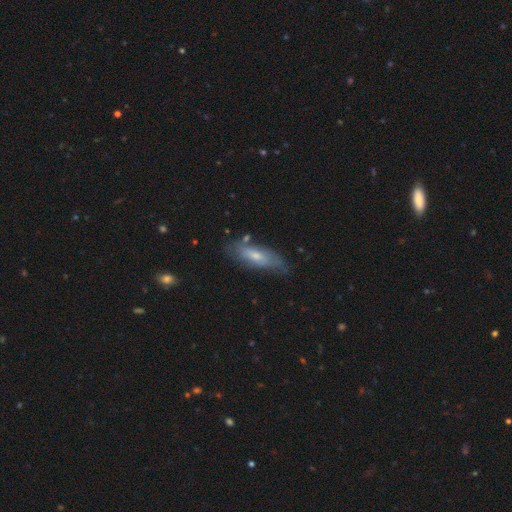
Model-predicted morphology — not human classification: This is possibly a smooth galaxy (50%). How rounded: possibly in between (58%). Merging: likely none (66%).